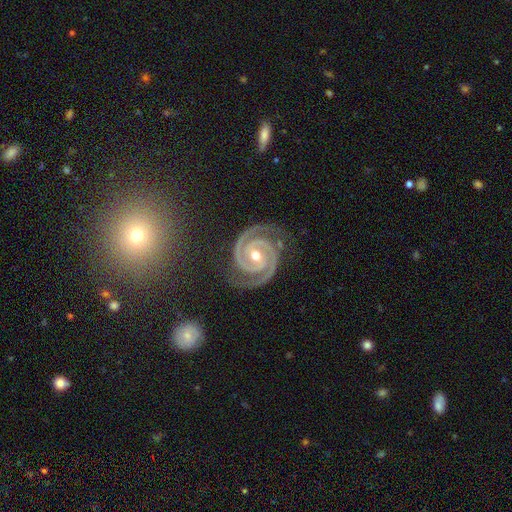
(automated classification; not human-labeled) featured or disk 93%, star or artifact 5%, smooth 2%. Down the decision tree: edge-on disk — no (98%); bar — no (48%); spiral arms — yes (99%); spiral arm count — 2 (93%); spiral winding — tight (78%); bulge size — moderate (68%); merging — none (83%).